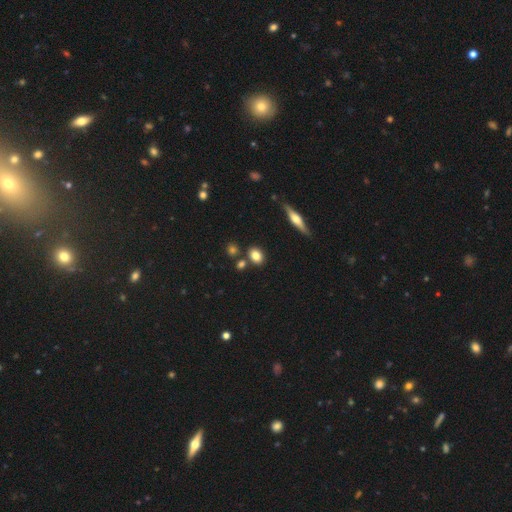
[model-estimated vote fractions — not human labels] A smooth galaxy with no disk features (80%) that is in between round and cigar-shaped (53%).

Vote fractions:
- Smooth or featured? smooth: 80% / featured or disk: 10% / star or artifact: 10%
- How rounded? in between: 53% / round: 43% / cigar-shaped: 3%
- Merging? none: 77% / merger: 11% / minor disturbance: 10% / major disturbance: 3%